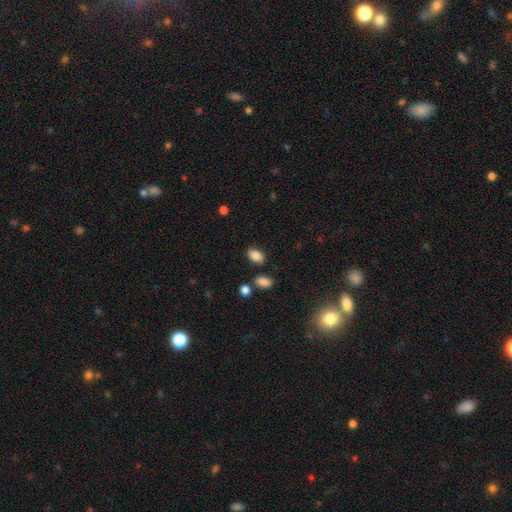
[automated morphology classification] smooth 85%, star or artifact 9%, featured or disk 6%. Down the decision tree: how rounded — in between (87%); merging — none (81%).